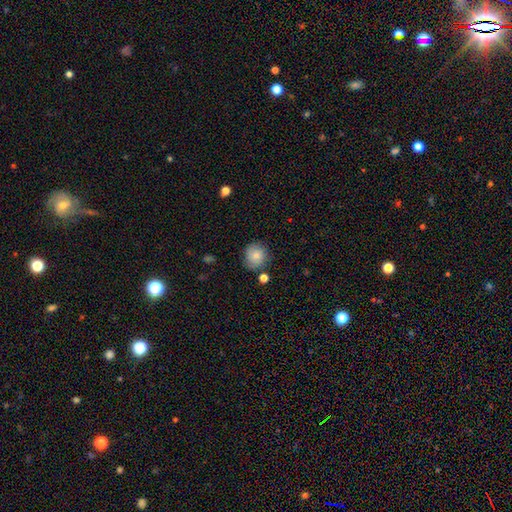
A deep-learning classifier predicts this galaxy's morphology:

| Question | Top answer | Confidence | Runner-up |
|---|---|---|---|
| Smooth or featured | smooth | 81% | featured or disk (10%) |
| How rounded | round | 85% | in between (14%) |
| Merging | none | 77% | minor disturbance (15%) |